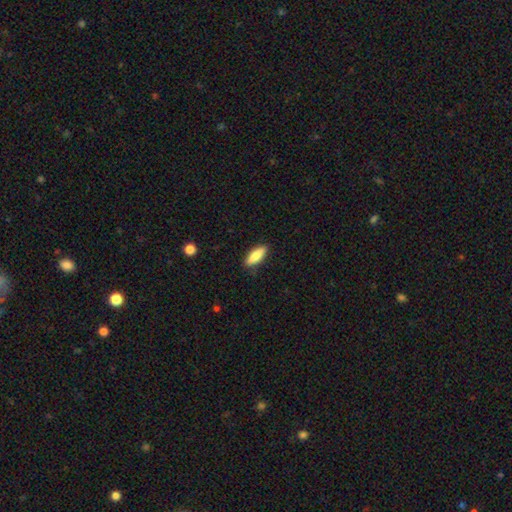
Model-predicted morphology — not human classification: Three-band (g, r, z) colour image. It shows a smooth galaxy with no disk features (82%) that is in between round and cigar-shaped (59%). Merging: none (86%).